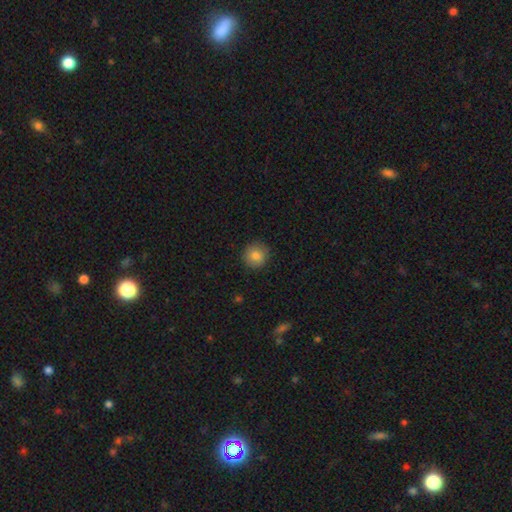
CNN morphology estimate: A smooth galaxy with no disk features (84%) that is round (93%). Merging: none (90%).